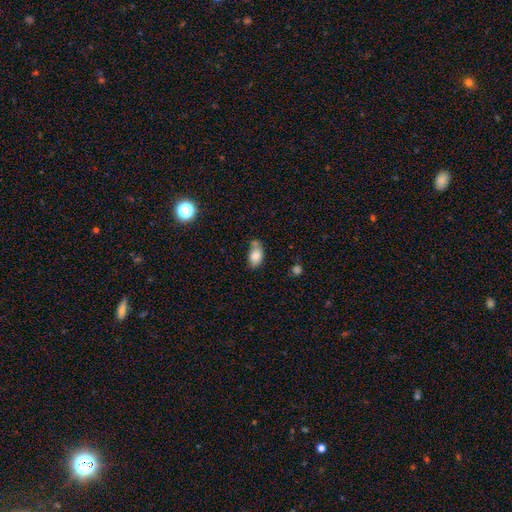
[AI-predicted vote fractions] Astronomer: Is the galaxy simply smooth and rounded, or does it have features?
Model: smooth — 82%.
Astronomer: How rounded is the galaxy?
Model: in between — 88%.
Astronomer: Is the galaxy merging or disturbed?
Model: none — 46% (runner-up: minor disturbance, 25%).